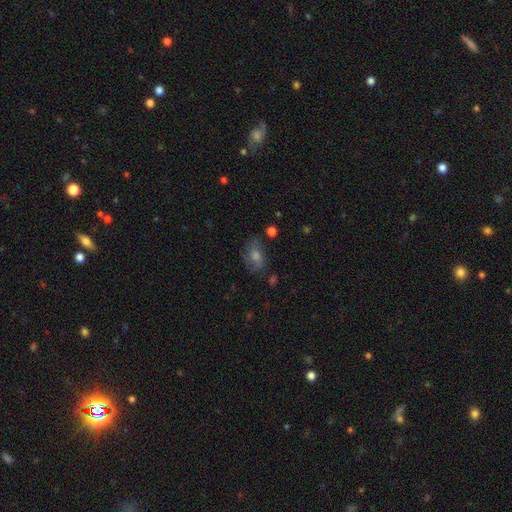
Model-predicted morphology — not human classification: Overall: smooth (42%; featured or disk 36%). Merging: none (71%).